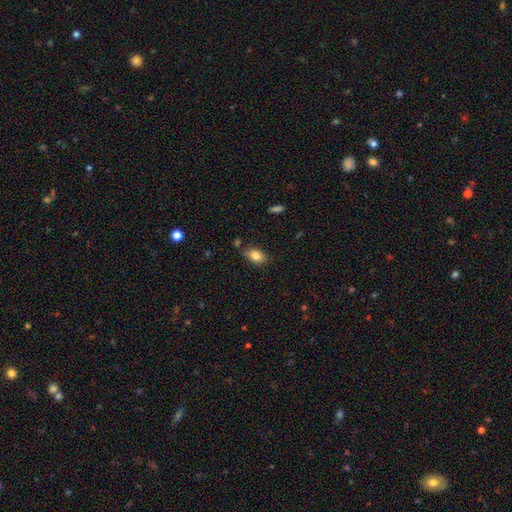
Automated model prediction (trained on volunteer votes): Smooth or featured: smooth — 82% (featured or disk — 9%)
How rounded: in between — 86% (round — 11%)
Merging: none — 77% (minor disturbance — 16%)